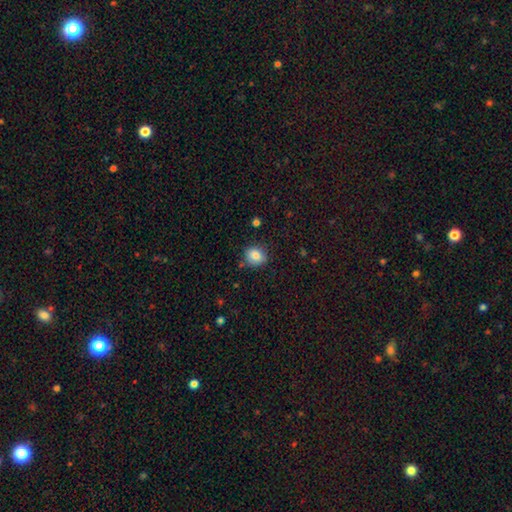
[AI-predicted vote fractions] smooth-or-featured: smooth: 84% | star or artifact: 10% | featured or disk: 6%
  how-rounded: round: 70% | in between: 30% | cigar-shaped: 1%
  merging: none: 81% | minor disturbance: 13% | major disturbance: 3% | merger: 3%